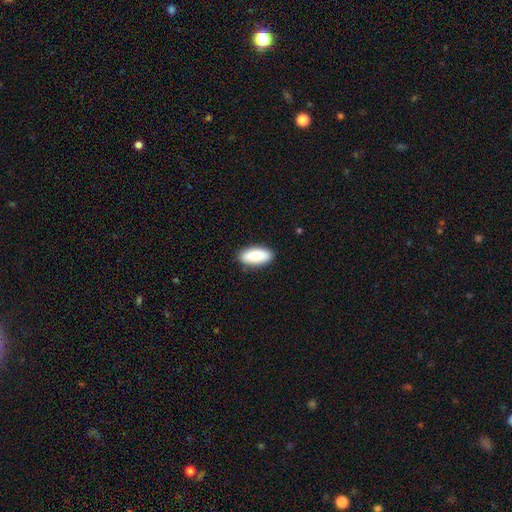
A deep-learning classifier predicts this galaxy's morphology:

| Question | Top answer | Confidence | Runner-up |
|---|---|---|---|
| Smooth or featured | smooth | 90% | star or artifact (6%) |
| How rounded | in between | 87% | cigar-shaped (11%) |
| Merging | none | 88% | minor disturbance (10%) |